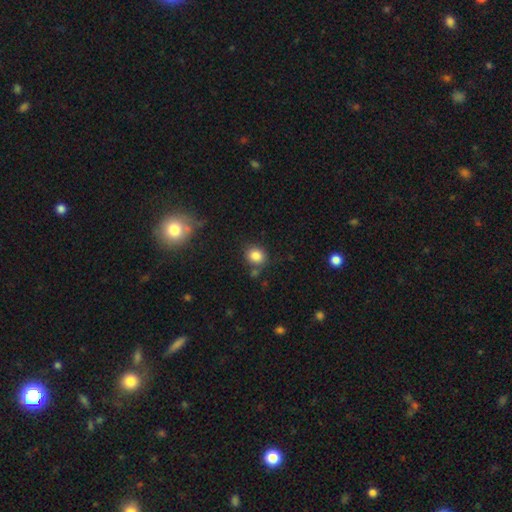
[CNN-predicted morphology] Smooth or featured: smooth — 84% (star or artifact — 11%)
How rounded: round — 70% (in between — 29%)
Merging: none — 76% (minor disturbance — 13%)